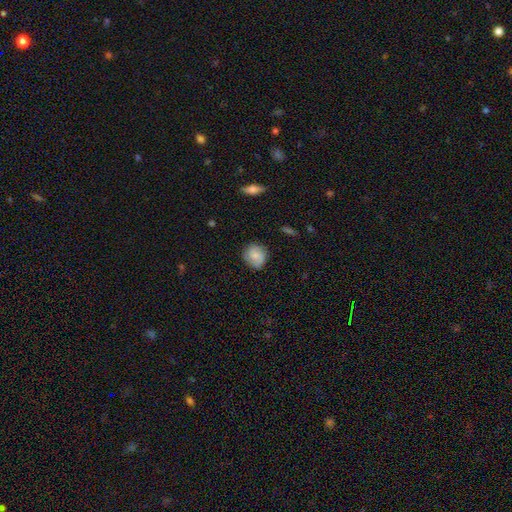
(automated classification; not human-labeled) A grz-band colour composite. It shows a smooth galaxy with no disk features (58%) that is round (79%). Merging: none (81%).